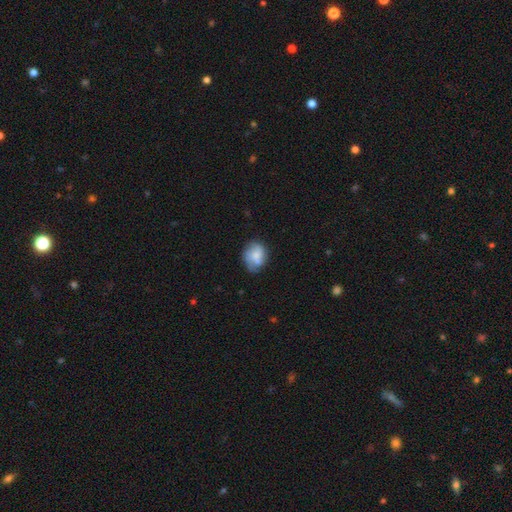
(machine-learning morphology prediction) Smooth or featured: smooth — 59% (featured or disk — 33%)
How rounded: in between — 52% (round — 47%)
Merging: none — 55% (minor disturbance — 29%)